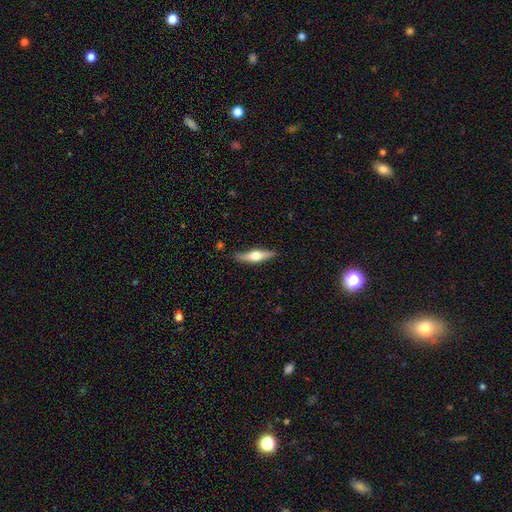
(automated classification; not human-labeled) The model was most divided on "smooth or featured": featured or disk: 56%, smooth: 39%, star or artifact: 5%. More confident: edge-on disk — yes (95%); edge-on bulge — rounded (94%); merging — none (85%).